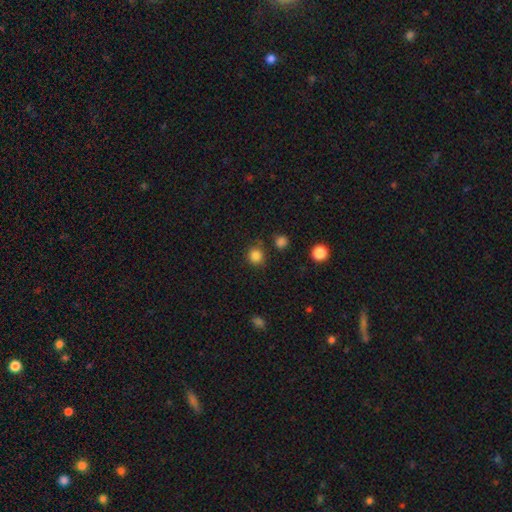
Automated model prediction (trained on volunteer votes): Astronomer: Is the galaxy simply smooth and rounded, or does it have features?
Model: smooth — 84%.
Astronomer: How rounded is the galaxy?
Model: round — 91%.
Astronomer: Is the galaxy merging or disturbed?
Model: none — 82%.